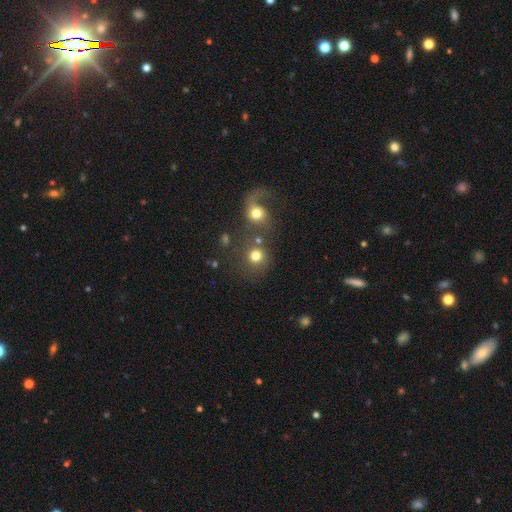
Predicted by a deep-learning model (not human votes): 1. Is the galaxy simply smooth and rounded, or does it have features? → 76% smooth, 12% star or artifact, 12% featured or disk.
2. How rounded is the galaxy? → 87% round, 12% in between, 1% cigar-shaped.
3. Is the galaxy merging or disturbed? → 54% none, 28% merger, 10% major disturbance, 9% minor disturbance.